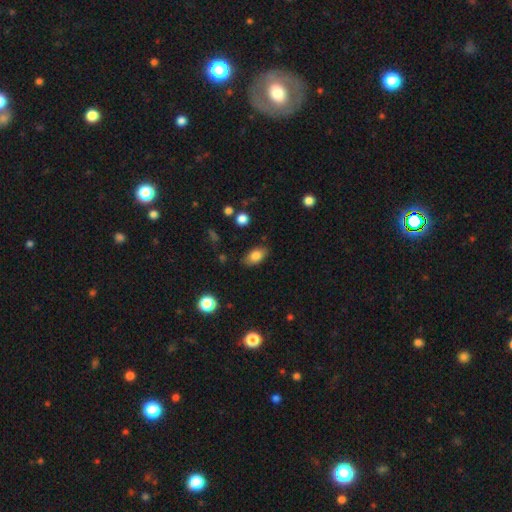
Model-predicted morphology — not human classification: Smooth or featured? smooth (82%)
How rounded? in between (89%)
Merging? none (82%)